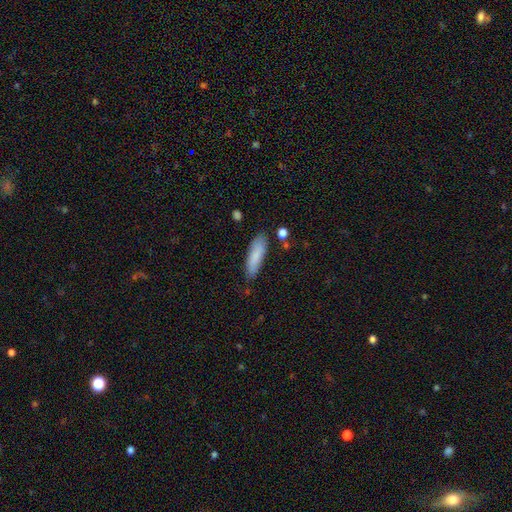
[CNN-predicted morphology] smooth-or-featured: smooth: 84% | featured or disk: 10% | star or artifact: 7%
  how-rounded: cigar-shaped: 60% | in between: 39% | round: 1%
  merging: none: 78% | minor disturbance: 16% | major disturbance: 3% | merger: 3%